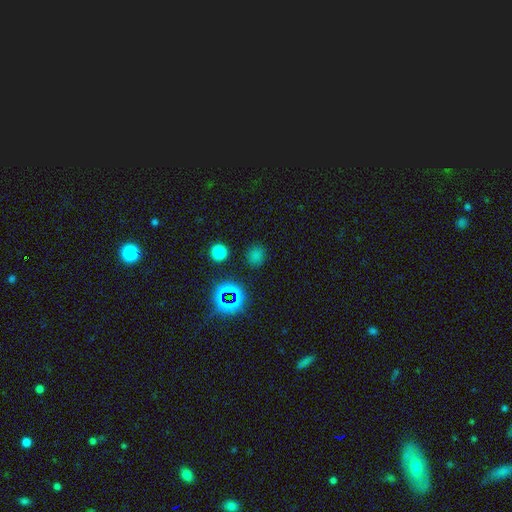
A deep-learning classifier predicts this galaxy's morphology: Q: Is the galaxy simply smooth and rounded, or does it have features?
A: smooth — 65%.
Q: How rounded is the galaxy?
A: round — 82%.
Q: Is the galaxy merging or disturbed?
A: none — 84%.